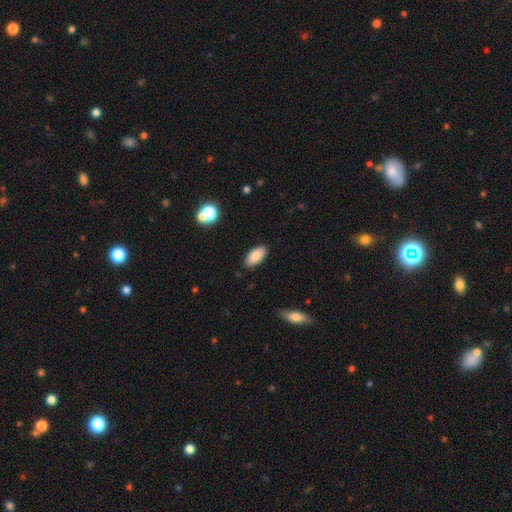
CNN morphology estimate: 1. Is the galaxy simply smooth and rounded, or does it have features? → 86% smooth, 7% star or artifact, 7% featured or disk.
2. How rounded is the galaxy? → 92% in between, 6% cigar-shaped, 2% round.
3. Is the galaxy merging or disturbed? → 88% none, 9% minor disturbance, 2% major disturbance, 1% merger.